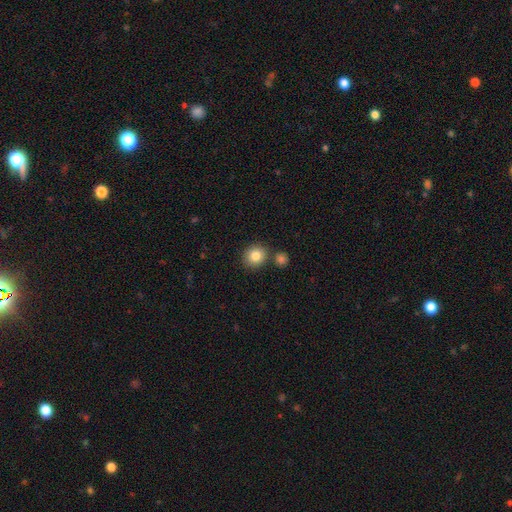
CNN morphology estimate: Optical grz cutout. It shows a smooth galaxy with no disk features (84%) that is round (81%). Merging: none (77%).